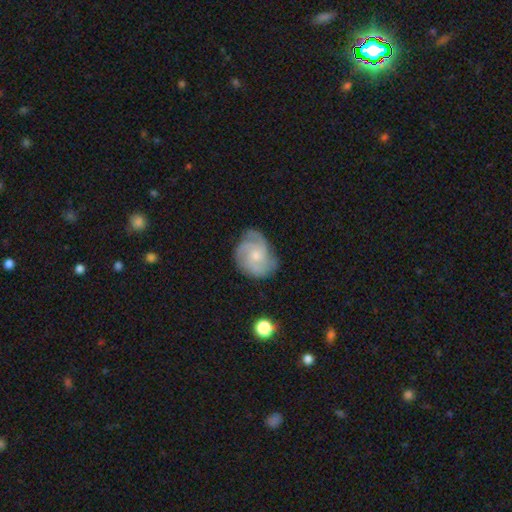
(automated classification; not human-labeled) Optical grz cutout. It shows a featured or disk galaxy (78%) with no bar (73%), 3 (46%) tight (44%, tied with medium) spiral arms (95%) and a small central bulge (60%). Merging: none (69%).